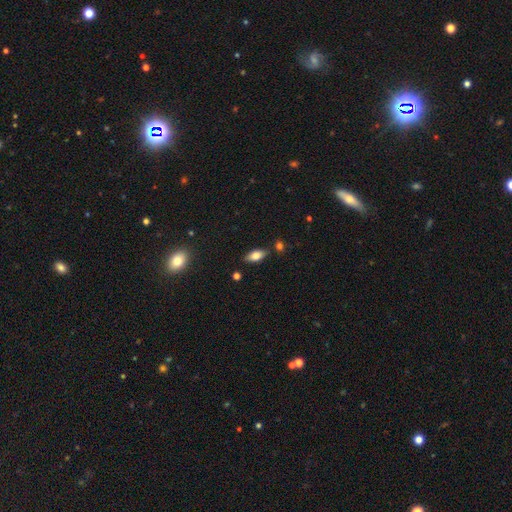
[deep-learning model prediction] The model was most divided on "smooth or featured": smooth: 75%, featured or disk: 17%, star or artifact: 8%. More confident: how rounded — in between (85%); merging — none (81%).